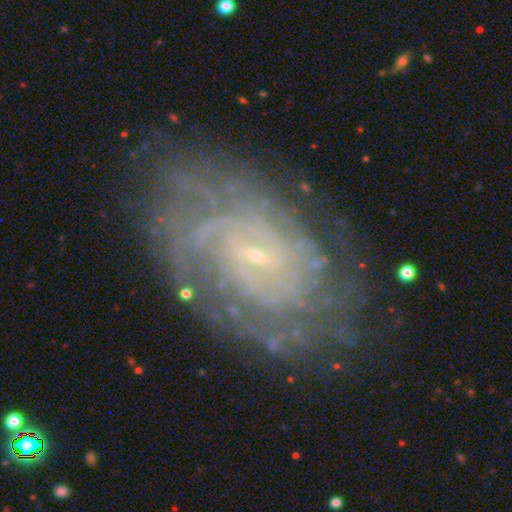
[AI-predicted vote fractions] smooth-or-featured: featured or disk: 84% | smooth: 8% | star or artifact: 8%
  disk-edge-on: no: 96% | yes: 4%
    bar: no: 55% | weak: 35% | strong: 10%
    has-spiral-arms: yes: 95% | no: 5%
      spiral-winding: tight: 74% | medium: 21% | loose: 5%
      spiral-arm-count: can't tell: 39% | 2: 16% | 4: 14% | more than 4: 12% | 3: 12% | 1: 8%
    bulge-size: small: 86% | moderate: 7% | none: 5% | large: 1% | dominant: 1%
  merging: none: 78% | minor disturbance: 15% | major disturbance: 6% | merger: 2%